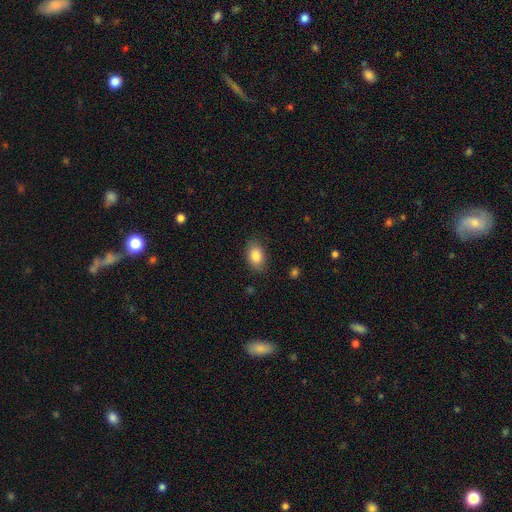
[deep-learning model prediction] The model was most divided on "merging": none: 83%, minor disturbance: 13%, major disturbance: 3%, merger: 1%. More confident: smooth or featured — smooth (86%); how rounded — in between (86%).